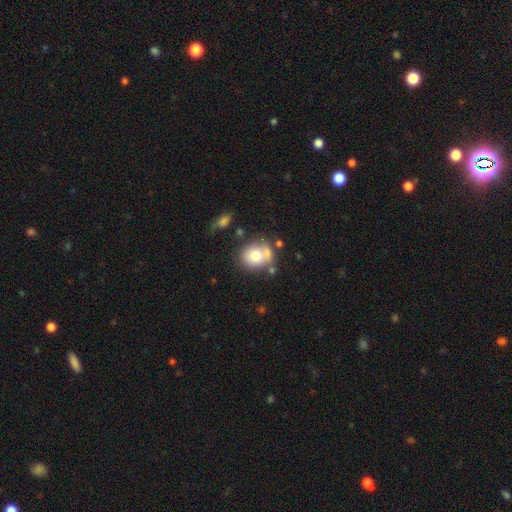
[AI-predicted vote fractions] A smooth galaxy with no disk features (73%) that is round (68%). Merging: none (50%).